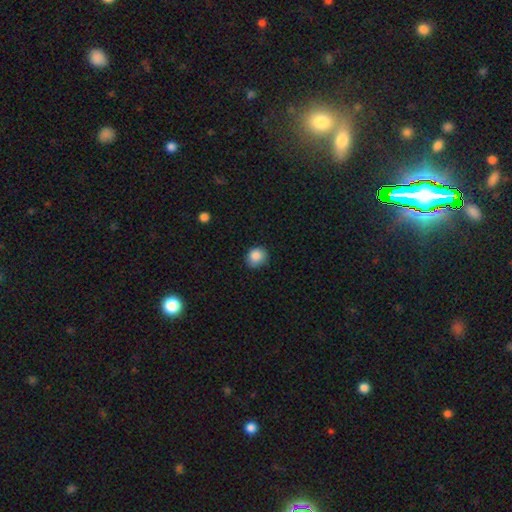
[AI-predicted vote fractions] A smooth galaxy with no disk features (87%) that is round (73%).

Vote fractions:
- Smooth or featured? smooth: 87% / star or artifact: 9% / featured or disk: 4%
- How rounded? round: 73% / in between: 26% / cigar-shaped: 1%
- Merging? none: 82% / minor disturbance: 14% / major disturbance: 2% / merger: 1%